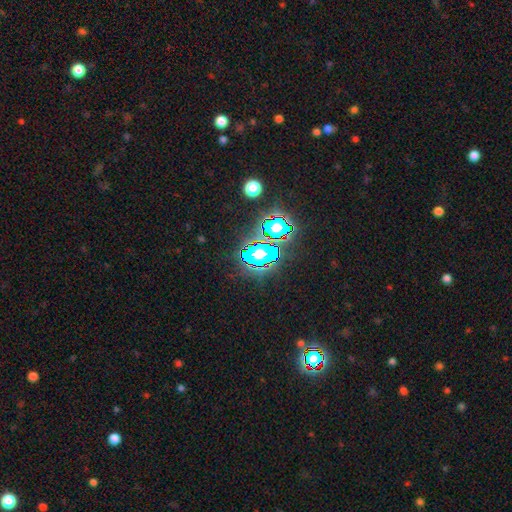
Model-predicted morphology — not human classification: The model was most divided on "smooth or featured": star or artifact: 68%, smooth: 20%, featured or disk: 13%.